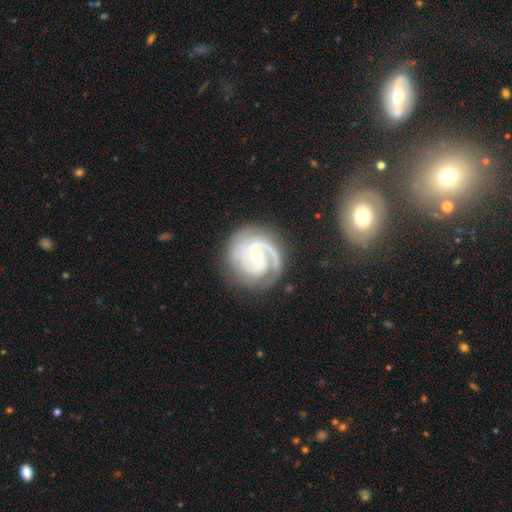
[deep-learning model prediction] The model was most divided on "bar": no: 48%, weak: 40%, strong: 12%. Remaining: edge-on disk — no (98%); spiral arms — yes (98%); smooth or featured — featured or disk (90%); merging — none (78%); spiral winding — tight (65%); bulge size — moderate (62%); spiral arm count — 2 (49%).